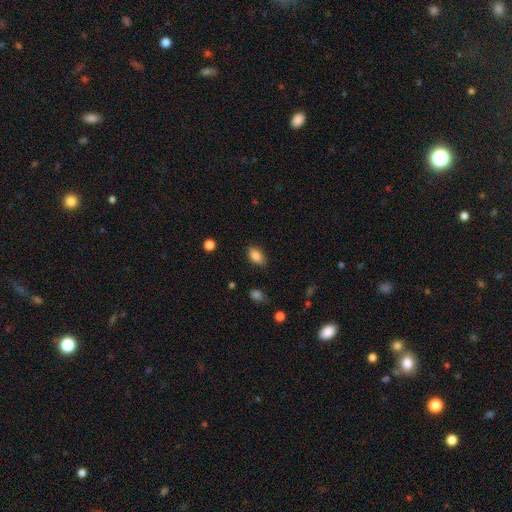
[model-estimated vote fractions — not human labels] smooth 85%, star or artifact 8%, featured or disk 7%. Down the decision tree: how rounded — in between (89%); merging — none (83%).